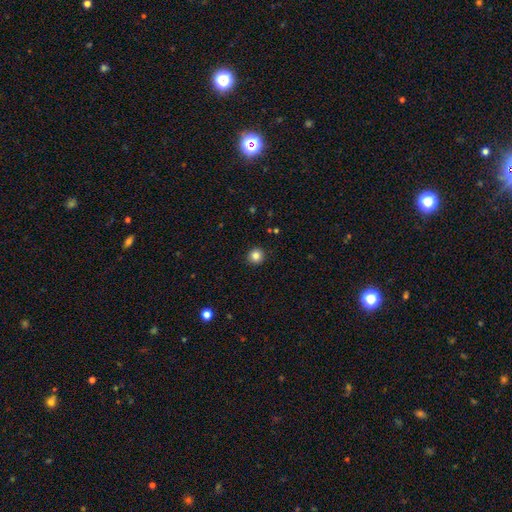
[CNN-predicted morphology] A smooth galaxy with no disk features (84%) that is round (94%).

Vote fractions:
- Smooth or featured? smooth: 84% / star or artifact: 11% / featured or disk: 5%
- How rounded? round: 94% / in between: 5% / cigar-shaped: 1%
- Merging? none: 92% / minor disturbance: 5% / major disturbance: 2% / merger: 1%